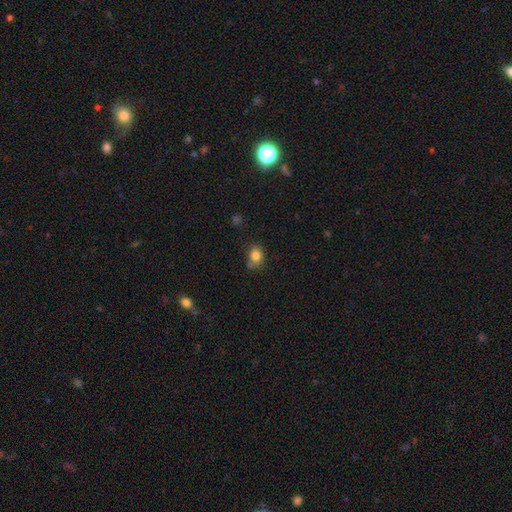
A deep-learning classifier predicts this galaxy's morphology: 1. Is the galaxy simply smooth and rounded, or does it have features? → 83% smooth, 11% star or artifact, 7% featured or disk.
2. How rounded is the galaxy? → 53% in between, 46% round, 1% cigar-shaped.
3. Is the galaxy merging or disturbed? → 62% none, 23% minor disturbance, 9% merger, 6% major disturbance.